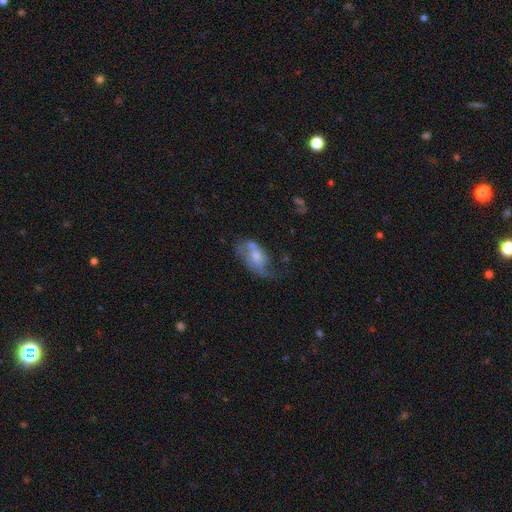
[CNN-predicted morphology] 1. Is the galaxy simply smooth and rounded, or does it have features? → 52% featured or disk, 40% smooth, 8% star or artifact.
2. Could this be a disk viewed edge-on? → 93% no, 7% yes.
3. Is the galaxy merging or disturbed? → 31% major disturbance (tied), 31% none (tied), 27% minor disturbance, 12% merger.